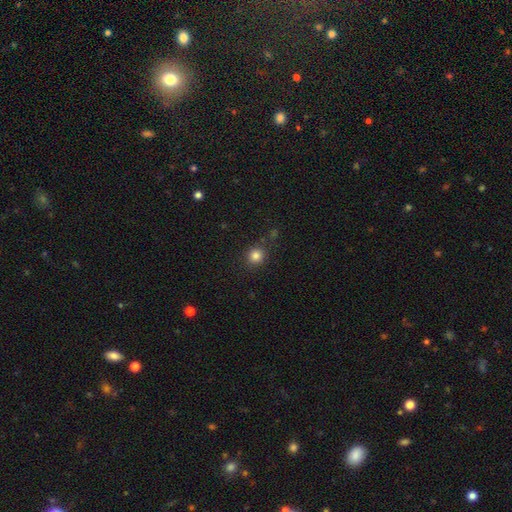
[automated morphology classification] Q: Smooth or featured?
A: smooth (83%); runner-up: star or artifact (12%)
Q: How rounded?
A: round (89%); runner-up: in between (10%)
Q: Merging?
A: none (83%); runner-up: minor disturbance (10%)